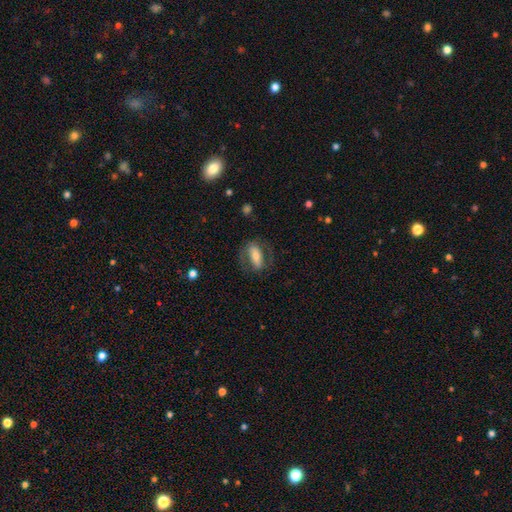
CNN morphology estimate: Q: Smooth or featured?
A: featured or disk (52%); runner-up: smooth (42%)
Q: Edge-on disk?
A: no (85%); runner-up: yes (15%)
Q: Merging?
A: none (68%); runner-up: minor disturbance (16%)